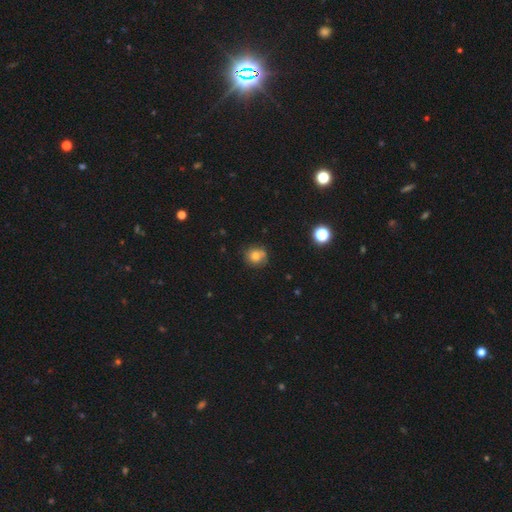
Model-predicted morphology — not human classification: Smooth or featured: smooth — 71% (featured or disk — 17%)
How rounded: round — 83% (in between — 16%)
Merging: none — 71% (minor disturbance — 20%)